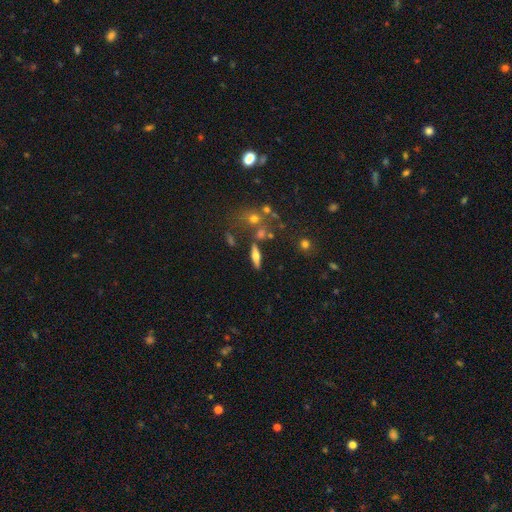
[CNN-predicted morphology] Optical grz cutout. It shows a featured or disk galaxy (46%). Merging: none (75%).